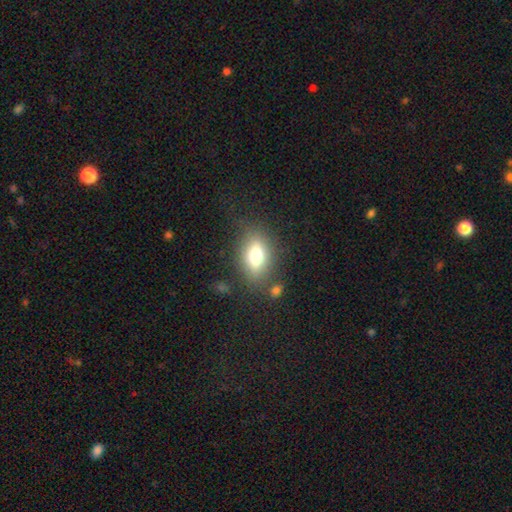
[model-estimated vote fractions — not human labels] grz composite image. It shows a smooth galaxy with no disk features (66%) that is in between round and cigar-shaped (77%). Merging: none (76%).